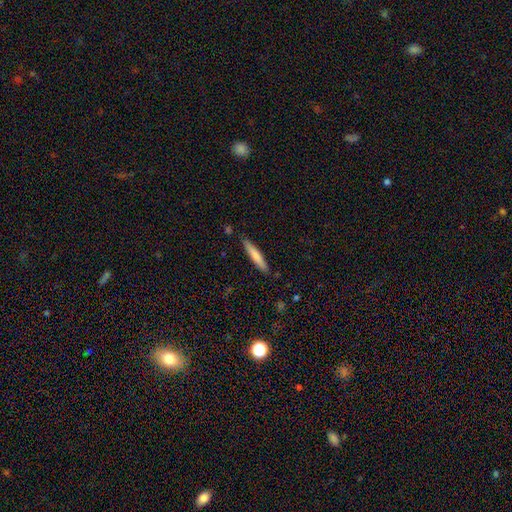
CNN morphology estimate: The model was most divided on "smooth or featured": smooth: 74%, featured or disk: 20%, star or artifact: 5%. More confident: how rounded — cigar-shaped (92%); merging — none (87%).